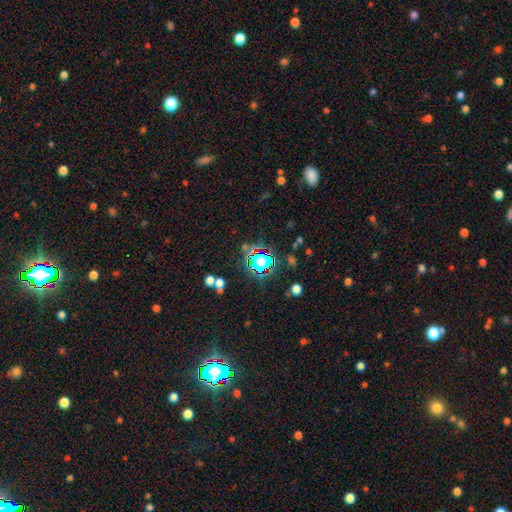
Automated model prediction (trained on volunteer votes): Q: Smooth or featured?
A: star or artifact (54%); runner-up: smooth (34%)